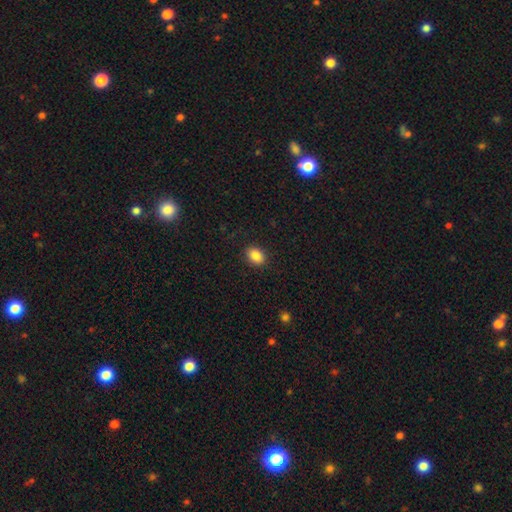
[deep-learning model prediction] smooth-or-featured: smooth: 87% | star or artifact: 9% | featured or disk: 4%
  how-rounded: in between: 70% | round: 29% | cigar-shaped: 1%
  merging: none: 89% | minor disturbance: 7% | major disturbance: 2% | merger: 1%